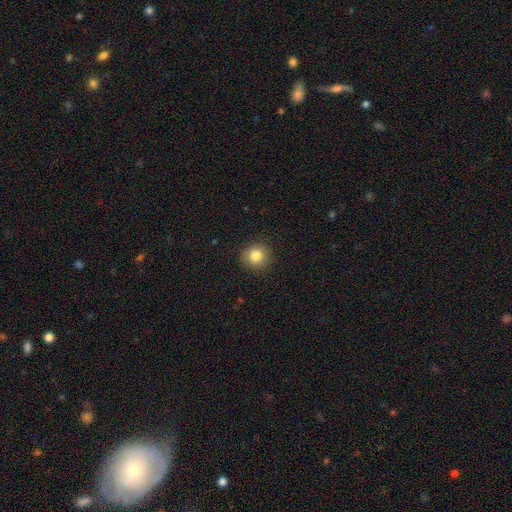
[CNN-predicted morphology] A smooth galaxy with no disk features (83%) that is round (91%). Merging: none (91%).